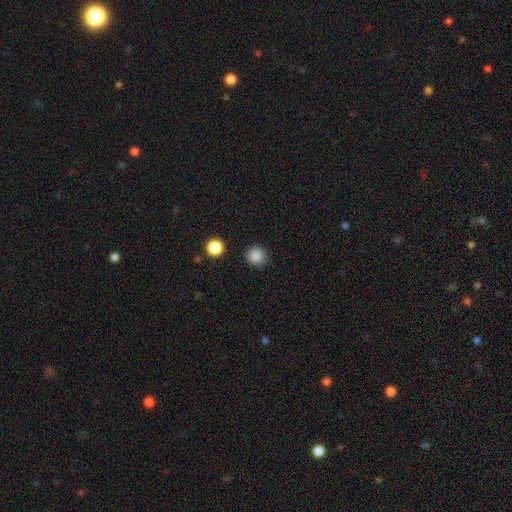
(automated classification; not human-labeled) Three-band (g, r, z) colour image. It shows a smooth galaxy with no disk features (85%) that is round (94%). Merging: none (89%).